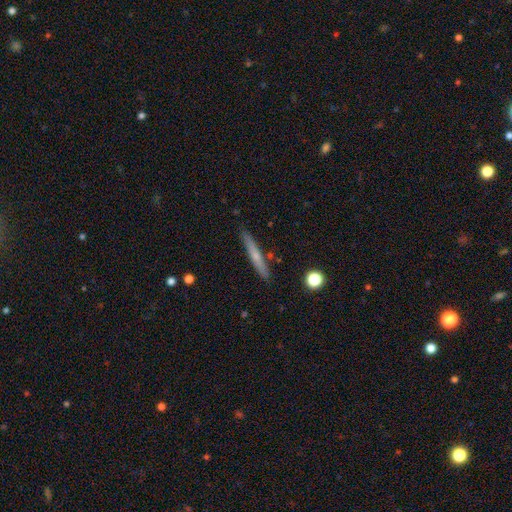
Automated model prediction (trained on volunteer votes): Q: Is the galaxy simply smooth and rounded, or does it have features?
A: smooth — 54%.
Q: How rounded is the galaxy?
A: cigar-shaped — 95%.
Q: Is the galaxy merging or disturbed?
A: none — 87%.